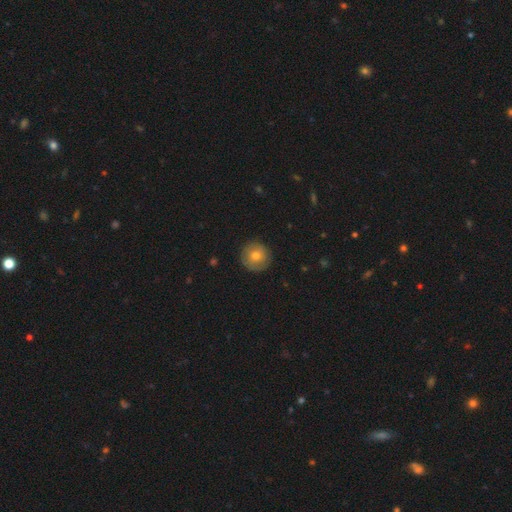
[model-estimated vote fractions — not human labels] A smooth galaxy with no disk features (70%) that is round (95%).

Vote fractions:
- Smooth or featured? smooth: 70% / featured or disk: 22% / star or artifact: 8%
- How rounded? round: 95% / in between: 4% / cigar-shaped: 1%
- Merging? none: 88% / minor disturbance: 9% / major disturbance: 2% / merger: 1%